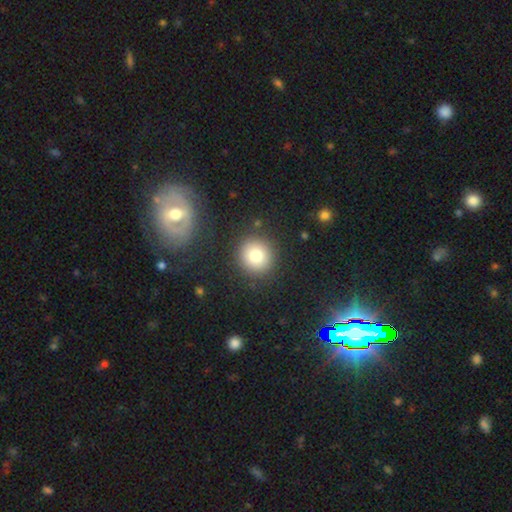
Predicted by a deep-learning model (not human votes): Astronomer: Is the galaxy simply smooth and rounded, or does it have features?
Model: smooth — 80%.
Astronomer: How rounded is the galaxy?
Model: round — 91%.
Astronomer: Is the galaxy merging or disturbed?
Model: none — 88%.